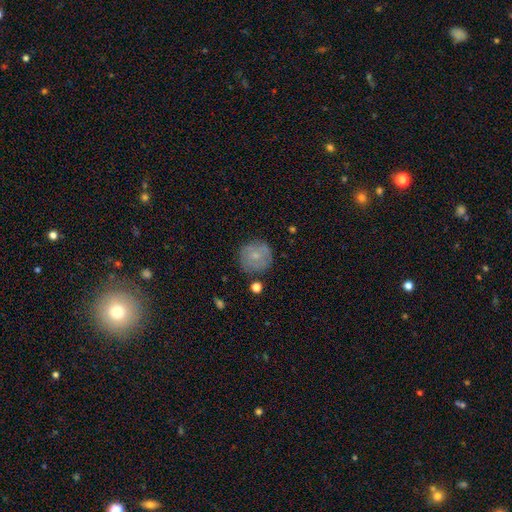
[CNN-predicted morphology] Smooth or featured: smooth — 66% (featured or disk — 26%)
How rounded: round — 93% (in between — 6%)
Merging: none — 76% (minor disturbance — 16%)